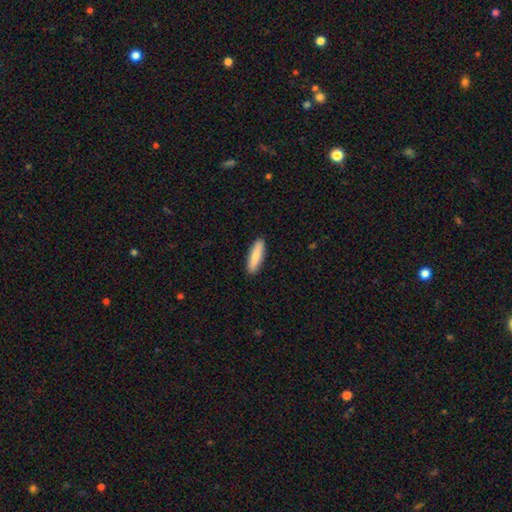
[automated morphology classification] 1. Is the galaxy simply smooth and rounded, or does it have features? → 79% smooth, 16% featured or disk, 5% star or artifact.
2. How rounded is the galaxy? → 65% cigar-shaped, 33% in between, 2% round.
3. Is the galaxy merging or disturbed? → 91% none, 7% minor disturbance, 1% major disturbance, 1% merger.